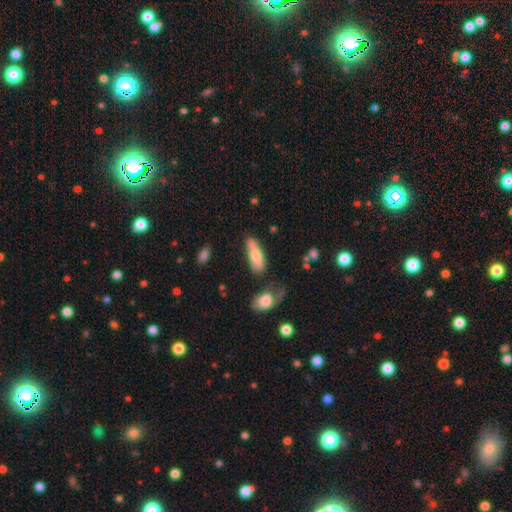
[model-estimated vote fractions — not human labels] Smooth or featured: smooth — 68% (featured or disk — 25%)
How rounded: in between — 61% (cigar-shaped — 36%)
Merging: none — 47% (minor disturbance — 26%)